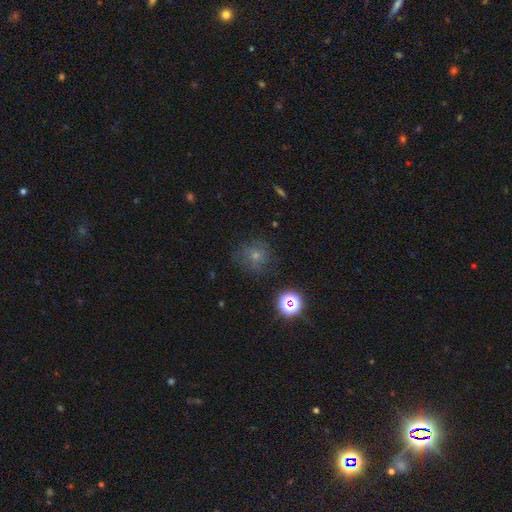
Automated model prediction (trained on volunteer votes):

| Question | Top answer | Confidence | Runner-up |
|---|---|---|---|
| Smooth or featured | smooth | 61% | star or artifact (25%) |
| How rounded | round | 89% | in between (10%) |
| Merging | none | 75% | minor disturbance (16%) |